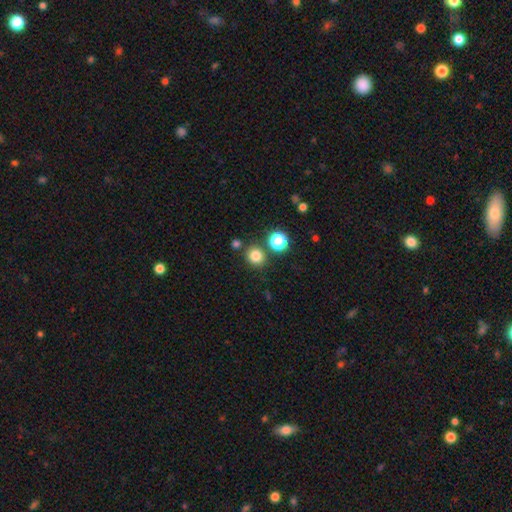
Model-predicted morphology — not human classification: Smooth or featured? smooth (79%)
How rounded? round (87%)
Merging? none (81%)